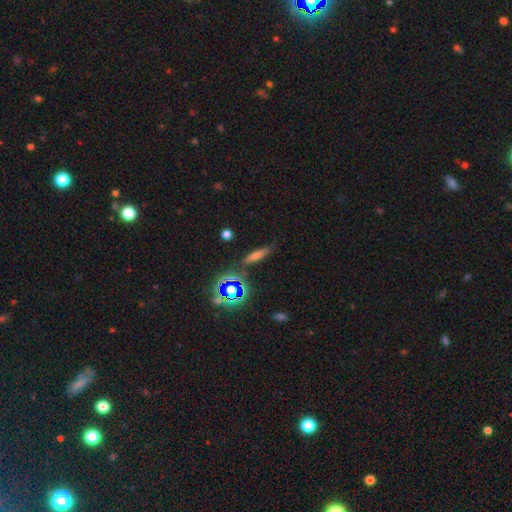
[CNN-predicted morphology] Overall: smooth (55%; featured or disk 23%). How rounded: cigar-shaped (74%). Merging: none (81%).